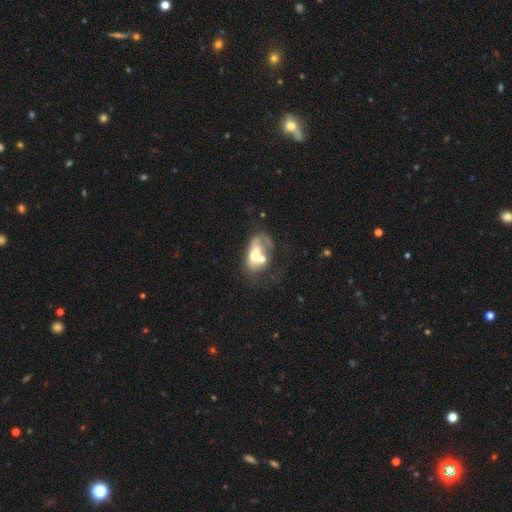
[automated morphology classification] This is possibly a featured or disk galaxy (49%). Merging: possibly merger (47%).